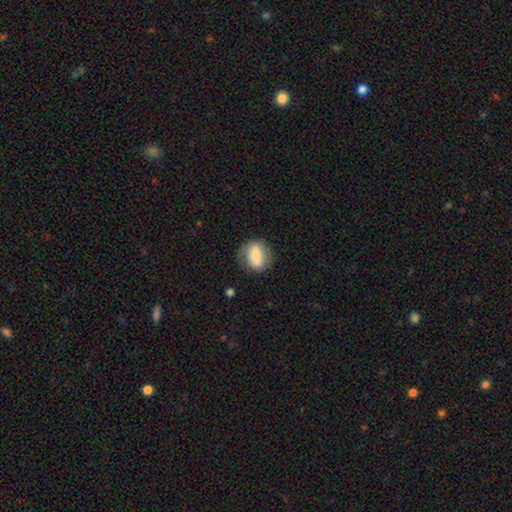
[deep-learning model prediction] smooth_or_featured: smooth (p=0.68) [alt: featured or disk p=0.24]
how_rounded: in between (p=0.58) [alt: round p=0.39]
merging: none (p=0.68) [alt: minor disturbance p=0.21]